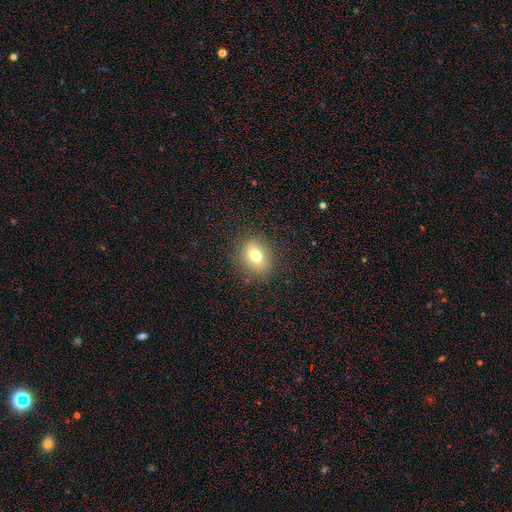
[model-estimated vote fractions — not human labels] A smooth galaxy with no disk features (75%) that is in between round and cigar-shaped (52%).

Vote fractions:
- Smooth or featured? smooth: 75% / star or artifact: 13% / featured or disk: 12%
- How rounded? in between: 52% / round: 46% / cigar-shaped: 1%
- Merging? none: 82% / minor disturbance: 12% / major disturbance: 4% / merger: 2%